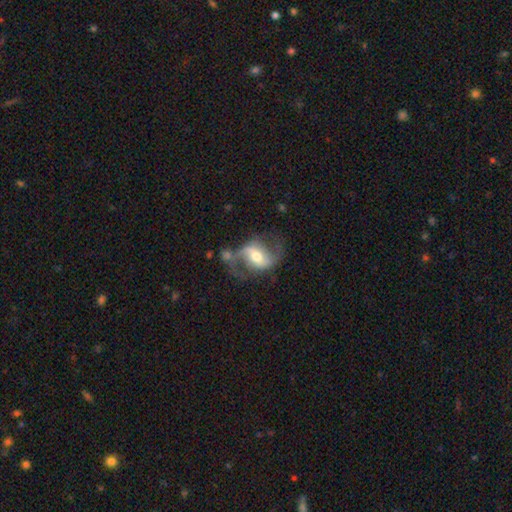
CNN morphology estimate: Q: Smooth or featured?
A: featured or disk (85%); runner-up: smooth (9%)
Q: Edge-on disk?
A: no (97%); runner-up: yes (3%)
Q: Bar?
A: weak (43%); runner-up: strong (35%)
Q: Spiral arms?
A: yes (95%); runner-up: no (5%)
Q: Spiral winding?
A: loose (56%); runner-up: medium (37%)
Q: Spiral arm count?
A: 2 (91%); runner-up: 1 (3%)
Q: Bulge size?
A: moderate (62%); runner-up: small (28%)
Q: Merging?
A: none (58%); runner-up: minor disturbance (18%)